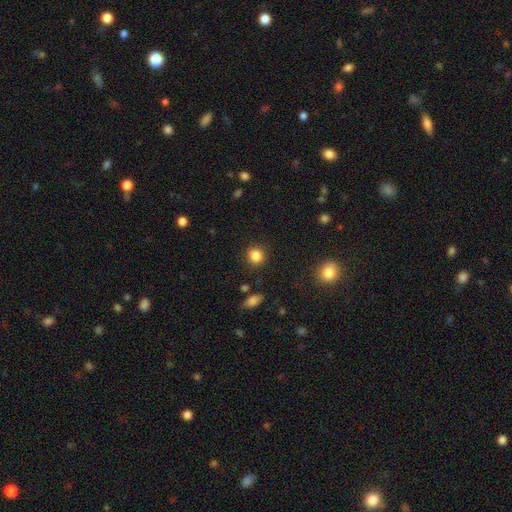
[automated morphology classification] Smooth or featured? smooth (85%)
How rounded? round (87%)
Merging? none (89%)